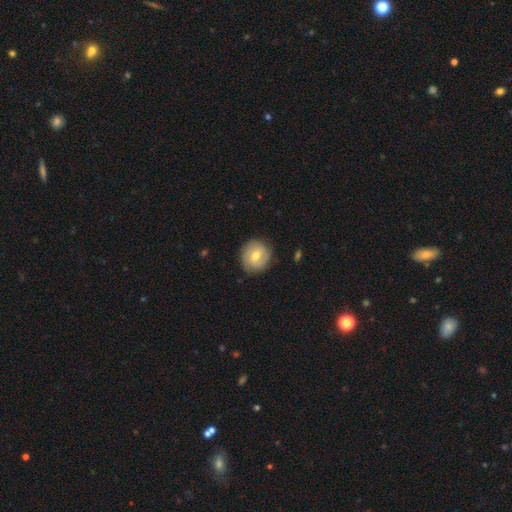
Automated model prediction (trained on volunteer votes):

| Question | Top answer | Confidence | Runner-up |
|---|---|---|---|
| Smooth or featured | smooth | 55% | featured or disk (38%) |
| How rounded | round | 88% | in between (11%) |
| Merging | none | 85% | minor disturbance (11%) |